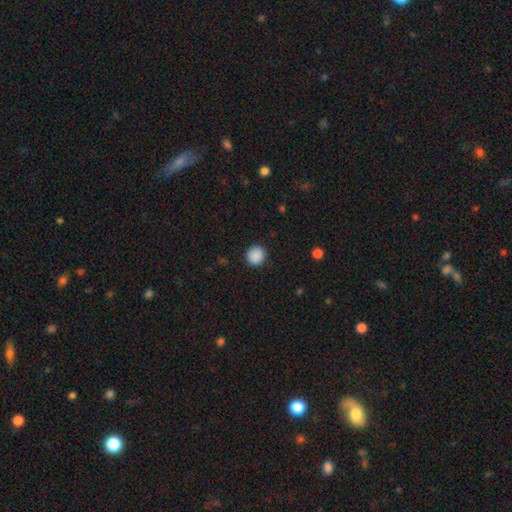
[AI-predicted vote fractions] Q: Smooth or featured?
A: smooth (89%); runner-up: star or artifact (8%)
Q: How rounded?
A: round (93%); runner-up: in between (6%)
Q: Merging?
A: none (91%); runner-up: minor disturbance (6%)